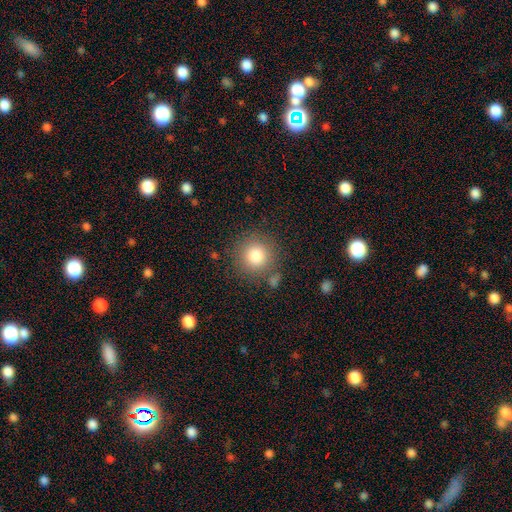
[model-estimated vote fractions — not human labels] Q: Smooth or featured?
A: smooth (82%); runner-up: star or artifact (10%)
Q: How rounded?
A: round (94%); runner-up: in between (5%)
Q: Merging?
A: none (82%); runner-up: minor disturbance (10%)